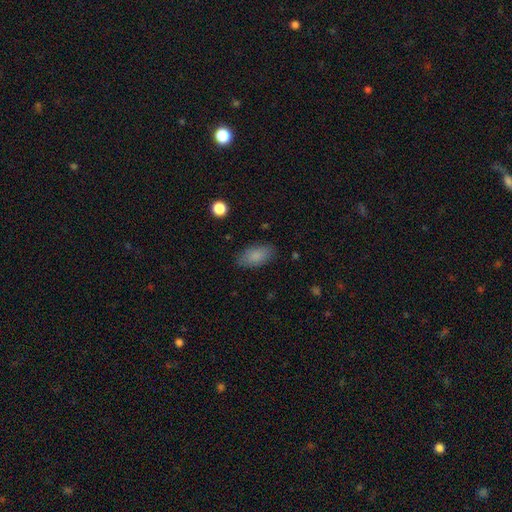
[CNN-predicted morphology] smooth_or_featured: smooth (p=0.85) [alt: featured or disk p=0.07]
how_rounded: in between (p=0.92) [alt: cigar-shaped p=0.05]
merging: none (p=0.82) [alt: minor disturbance p=0.13]